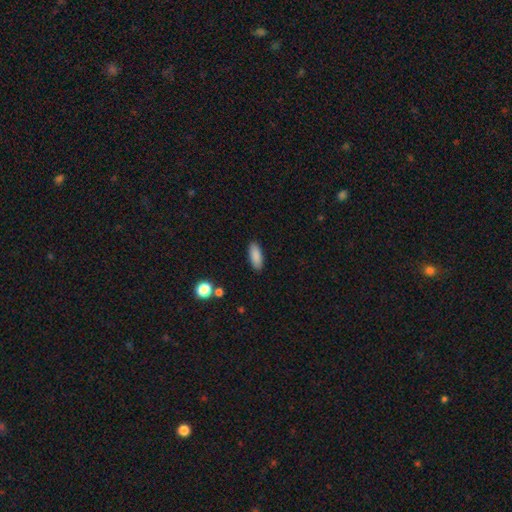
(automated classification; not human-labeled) smooth 88%, star or artifact 7%, featured or disk 5%. Down the decision tree: how rounded — in between (76%); merging — none (88%).